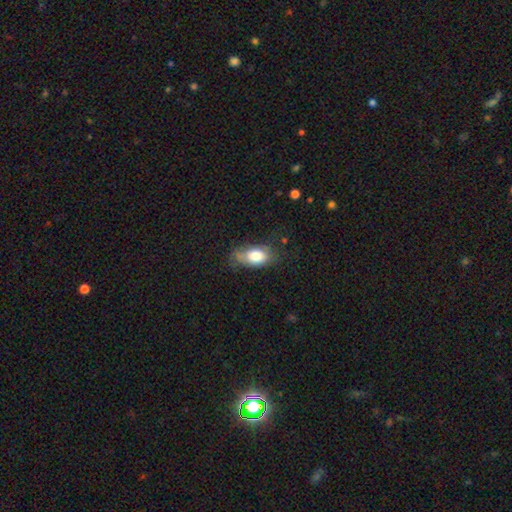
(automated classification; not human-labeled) smooth-or-featured: smooth: 76% | featured or disk: 17% | star or artifact: 7%
  how-rounded: in between: 89% | round: 7% | cigar-shaped: 4%
  merging: none: 51% | minor disturbance: 33% | major disturbance: 13% | merger: 3%